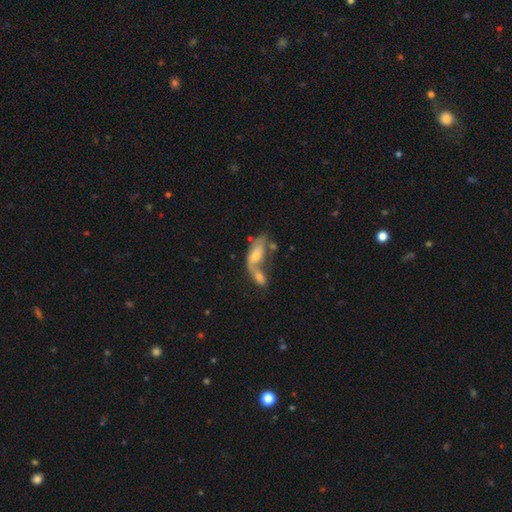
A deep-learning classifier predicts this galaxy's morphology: smooth 48%, featured or disk 44%, star or artifact 8%. Down the decision tree: merging — merger (63%).